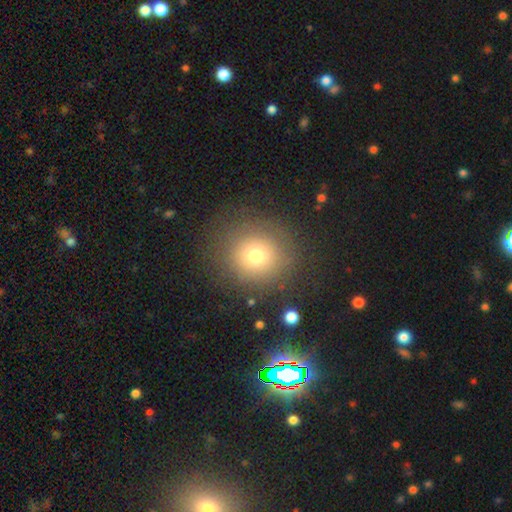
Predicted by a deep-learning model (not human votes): Smooth or featured?
  - smooth: 70% *
  - star or artifact: 17%
  - featured or disk: 13%
How rounded?
  - round: 91% *
  - in between: 8%
  - cigar-shaped: 1%
Merging?
  - none: 83% *
  - minor disturbance: 10%
  - major disturbance: 5%
  - merger: 2%